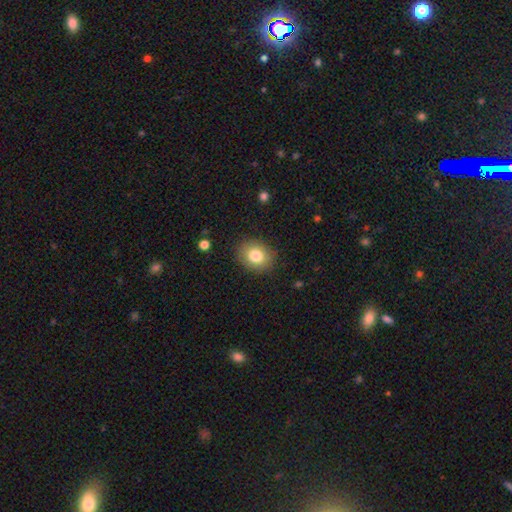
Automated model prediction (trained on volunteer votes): smooth_or_featured: smooth (p=0.81) [alt: featured or disk p=0.10]
how_rounded: round (p=0.53) [alt: in between p=0.47]
merging: none (p=0.87) [alt: minor disturbance p=0.09]